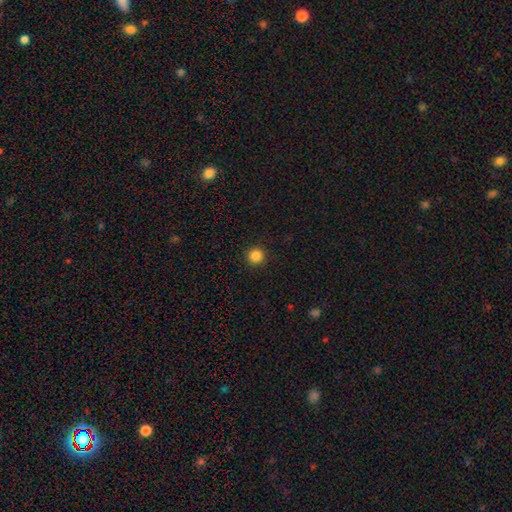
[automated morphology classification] Smooth or featured? Predicted: smooth (p=0.85). How rounded? Predicted: round (p=0.96). Merging? Predicted: none (p=0.93).